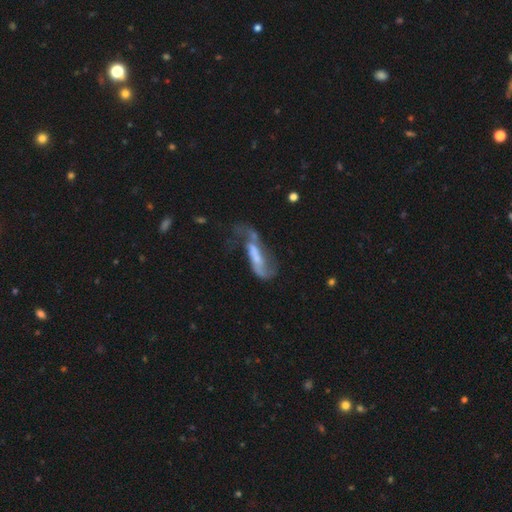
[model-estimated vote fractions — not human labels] Morphology: type=featured or disk (65%); edge-on=no (83%); bar=strong (36%); spiral arms=yes (77%); bulge=small (35%); merging=major disturbance (44%).